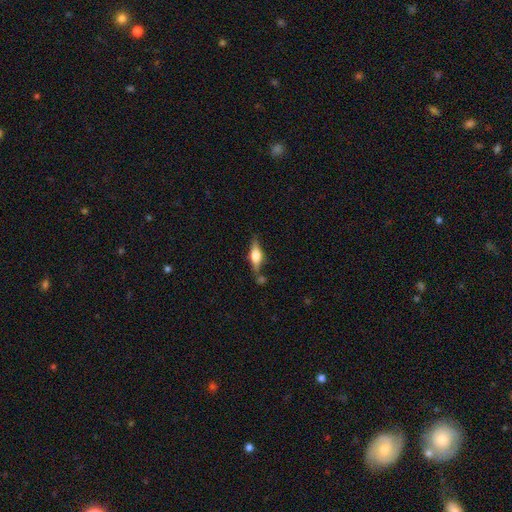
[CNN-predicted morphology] smooth-or-featured: featured or disk: 53% | smooth: 40% | star or artifact: 7%
  disk-edge-on: yes: 93% | no: 7%
  merging: none: 69% | minor disturbance: 16% | merger: 10% | major disturbance: 5%